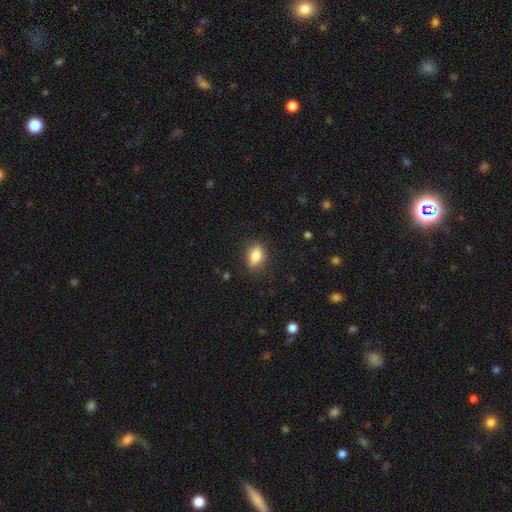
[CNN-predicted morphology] This is clearly a smooth galaxy (85%). How rounded: clearly in between (81%). Merging: clearly none (82%).